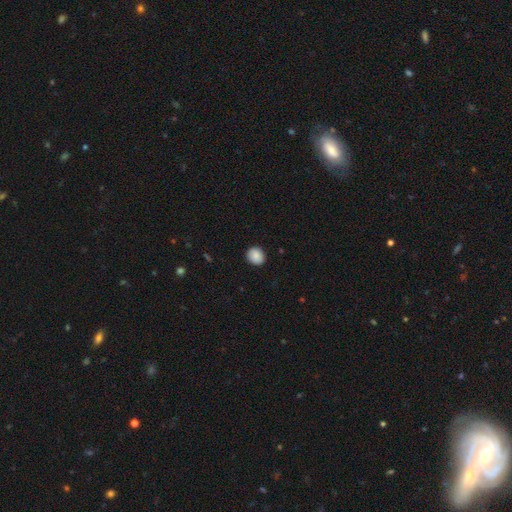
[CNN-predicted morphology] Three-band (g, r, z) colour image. It shows a smooth galaxy with no disk features (88%) that is round (79%). Merging: none (90%).